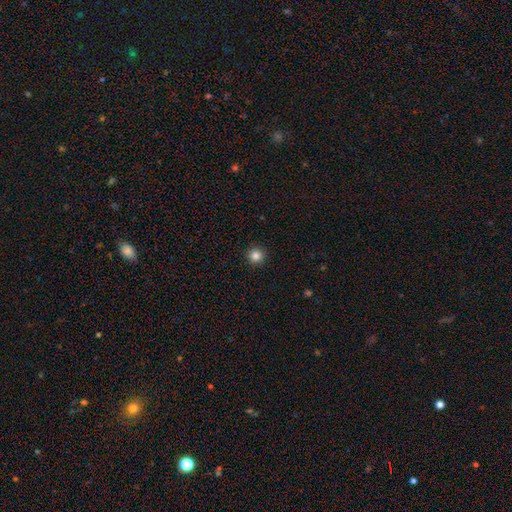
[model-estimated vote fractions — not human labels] Q: Smooth or featured?
A: smooth (84%); runner-up: star or artifact (12%)
Q: How rounded?
A: round (96%); runner-up: in between (3%)
Q: Merging?
A: none (93%); runner-up: minor disturbance (4%)